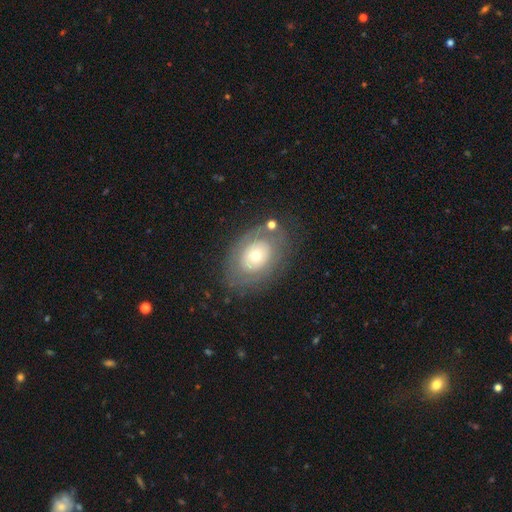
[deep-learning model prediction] Smooth or featured? Predicted: featured or disk (p=0.49). Merging? Predicted: none (p=0.73).